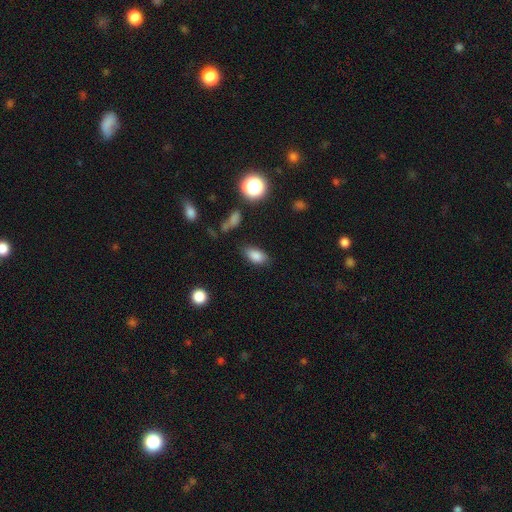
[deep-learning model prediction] Smooth or featured? smooth (83%)
How rounded? in between (90%)
Merging? none (80%)